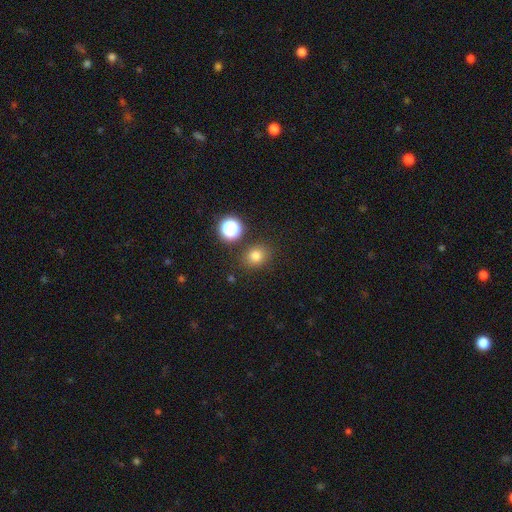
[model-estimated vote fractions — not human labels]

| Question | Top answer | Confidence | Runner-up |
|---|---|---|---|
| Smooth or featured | smooth | 77% | star or artifact (17%) |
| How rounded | round | 67% | in between (32%) |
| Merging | none | 83% | minor disturbance (10%) |